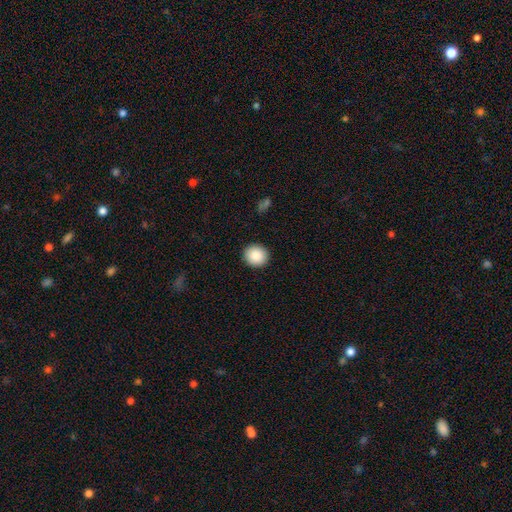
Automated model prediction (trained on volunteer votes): Smooth or featured?
  - smooth: 88% *
  - star or artifact: 8%
  - featured or disk: 4%
How rounded?
  - round: 86% *
  - in between: 13%
  - cigar-shaped: 1%
Merging?
  - none: 92% *
  - minor disturbance: 5%
  - major disturbance: 2%
  - merger: 1%